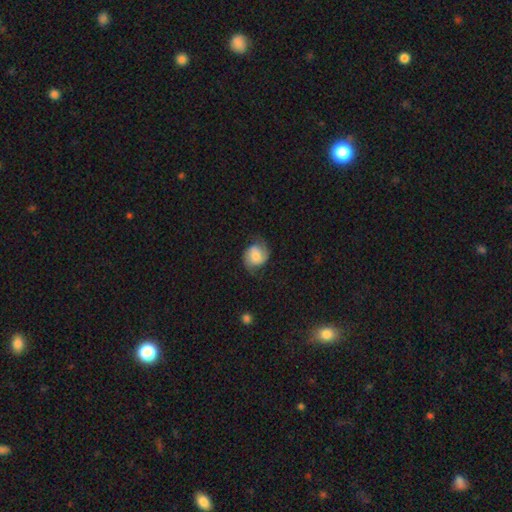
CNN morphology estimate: A featured or disk galaxy (50%). Merging: none (66%).